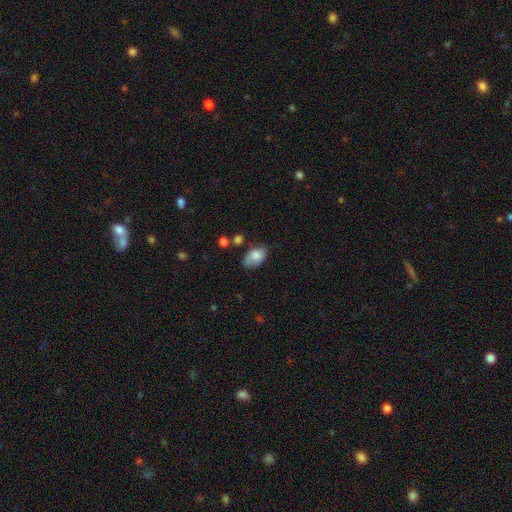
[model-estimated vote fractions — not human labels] smooth_or_featured: smooth (p=0.78) [alt: featured or disk p=0.15]
how_rounded: in between (p=0.90) [alt: round p=0.09]
merging: none (p=0.59) [alt: minor disturbance p=0.29]